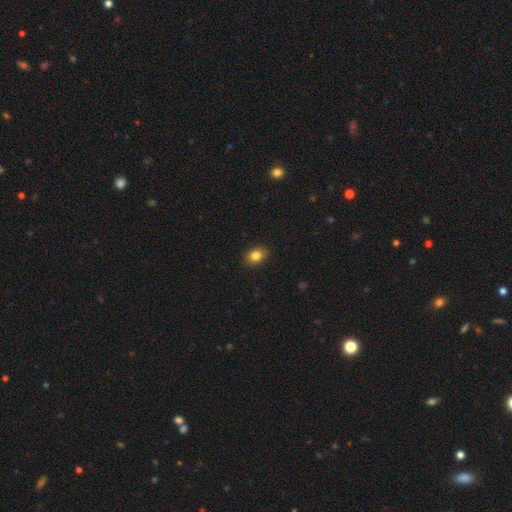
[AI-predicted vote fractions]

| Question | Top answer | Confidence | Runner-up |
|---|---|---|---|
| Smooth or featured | smooth | 83% | star or artifact (10%) |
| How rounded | in between | 68% | round (31%) |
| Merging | none | 90% | minor disturbance (7%) |